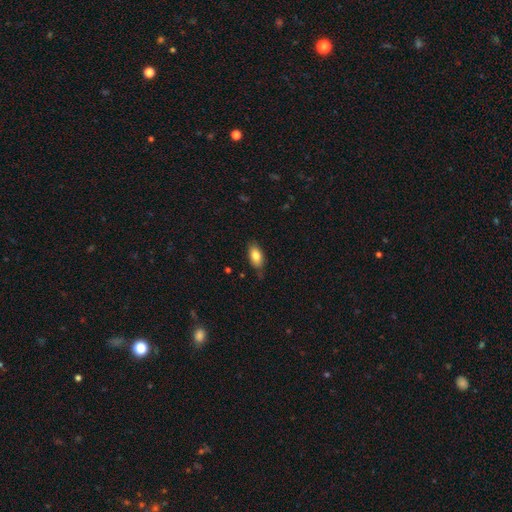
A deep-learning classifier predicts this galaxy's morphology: Smooth or featured?
  - smooth: 82% *
  - featured or disk: 11%
  - star or artifact: 7%
How rounded?
  - in between: 90% *
  - cigar-shaped: 5%
  - round: 5%
Merging?
  - none: 76% *
  - minor disturbance: 19%
  - major disturbance: 3%
  - merger: 2%